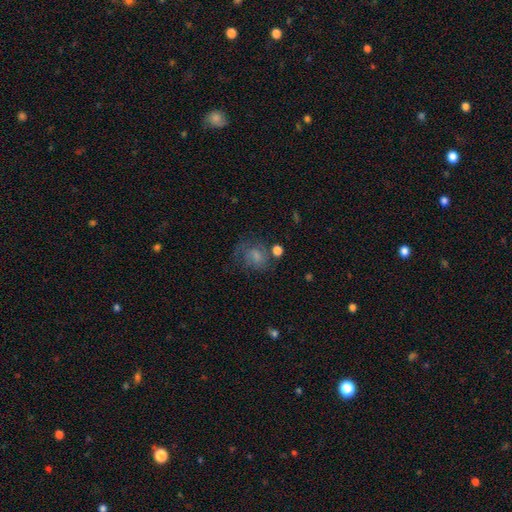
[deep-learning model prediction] smooth_or_featured: smooth (p=0.57) [alt: featured or disk p=0.30]
how_rounded: round (p=0.58) [alt: in between p=0.41]
merging: none (p=0.48) [alt: minor disturbance p=0.23]